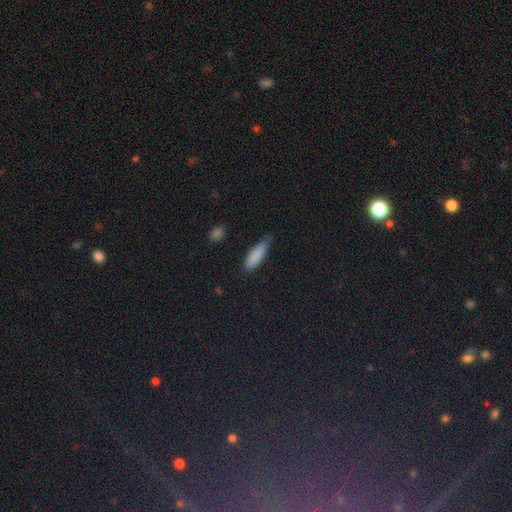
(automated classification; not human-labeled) smooth 83%, featured or disk 9%, star or artifact 8%. Down the decision tree: how rounded — cigar-shaped (60%); merging — none (52%).